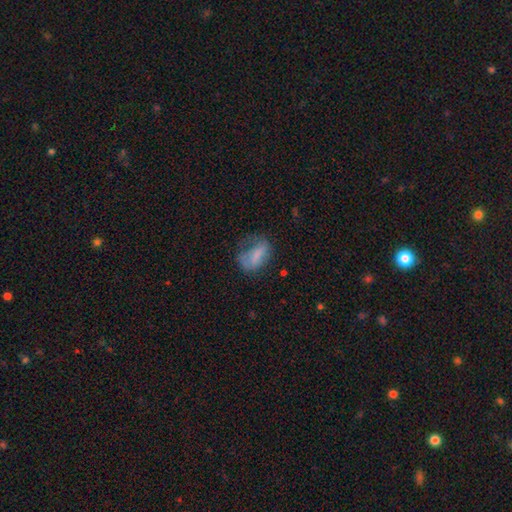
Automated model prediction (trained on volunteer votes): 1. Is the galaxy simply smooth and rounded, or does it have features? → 66% smooth, 23% featured or disk, 10% star or artifact.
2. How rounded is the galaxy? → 83% in between, 11% round, 6% cigar-shaped.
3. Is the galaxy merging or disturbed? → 35% none, 33% major disturbance, 29% minor disturbance, 3% merger.